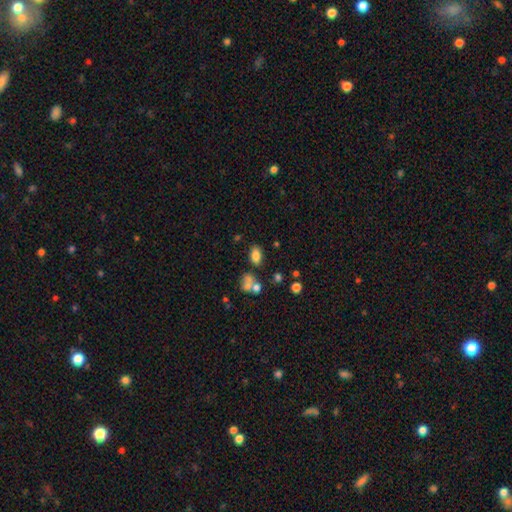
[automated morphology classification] type=smooth (79%); roundness=in between (89%); merging=none (70%).